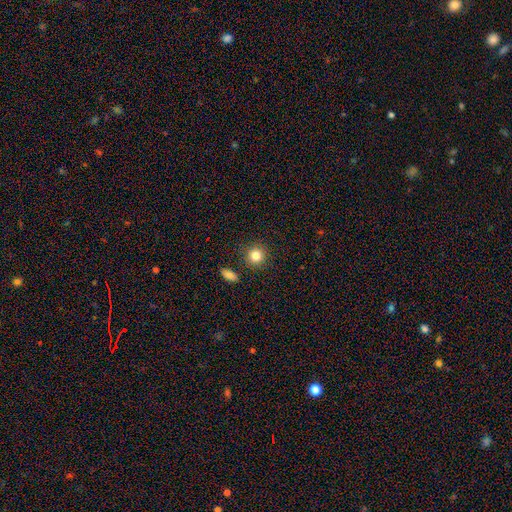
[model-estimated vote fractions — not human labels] Overall: smooth (83%). How rounded: round (89%). Merging: none (87%).